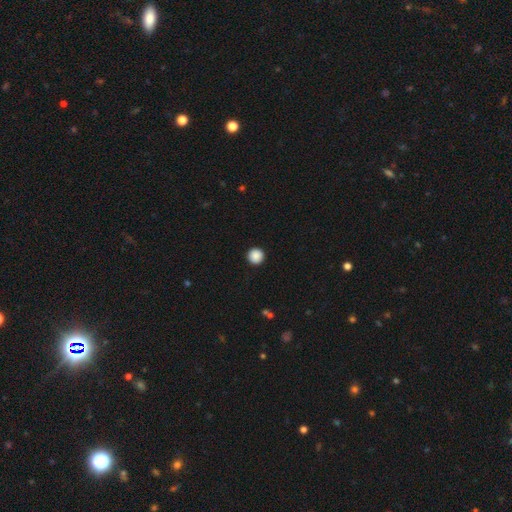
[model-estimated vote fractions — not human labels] Q: Smooth or featured?
A: smooth (89%); runner-up: star or artifact (9%)
Q: How rounded?
A: round (96%); runner-up: in between (3%)
Q: Merging?
A: none (93%); runner-up: minor disturbance (4%)